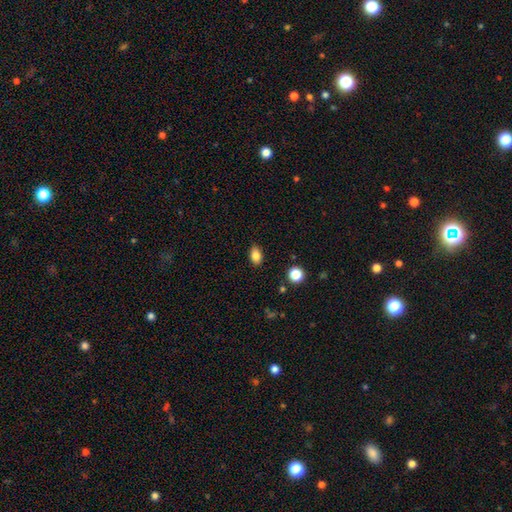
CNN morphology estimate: The model was most divided on "how rounded": in between: 83%, round: 15%, cigar-shaped: 2%. More confident: merging — none (85%); smooth or featured — smooth (84%).